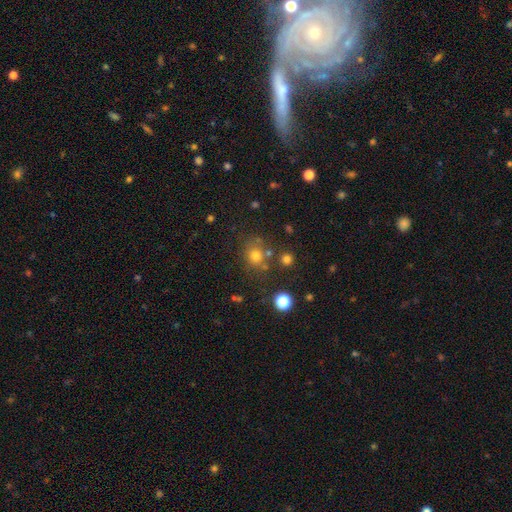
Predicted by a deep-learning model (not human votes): Smooth or featured: smooth — 71% (star or artifact — 20%)
How rounded: round — 81% (in between — 18%)
Merging: none — 71% (merger — 13%)